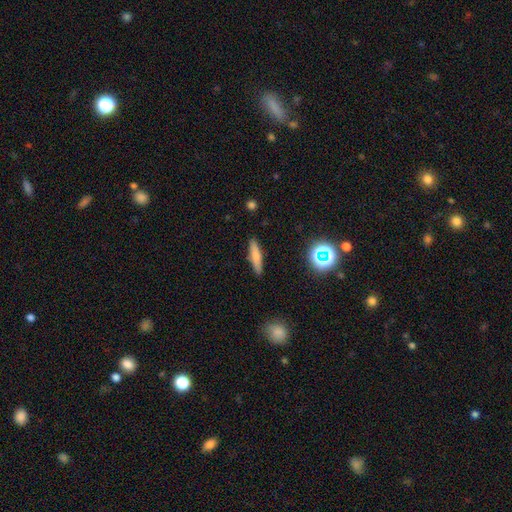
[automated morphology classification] smooth 70%, featured or disk 20%, star or artifact 10%. Down the decision tree: how rounded — cigar-shaped (81%); merging — none (89%).